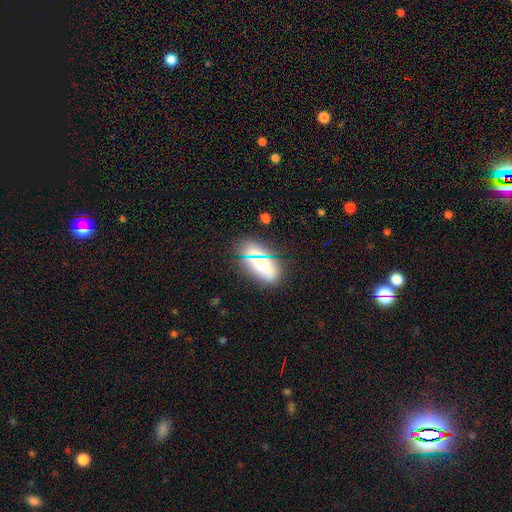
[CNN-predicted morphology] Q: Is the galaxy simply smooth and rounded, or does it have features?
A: smooth — 69%.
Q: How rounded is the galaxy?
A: in between — 81%.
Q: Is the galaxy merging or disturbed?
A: none — 74%.